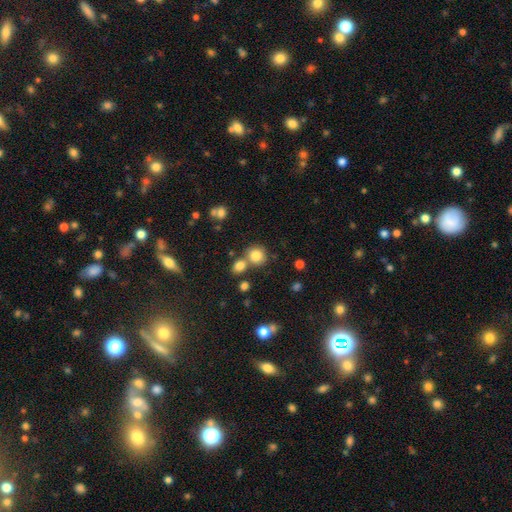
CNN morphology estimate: type=smooth (82%); roundness=round (86%); merging=none (62%).